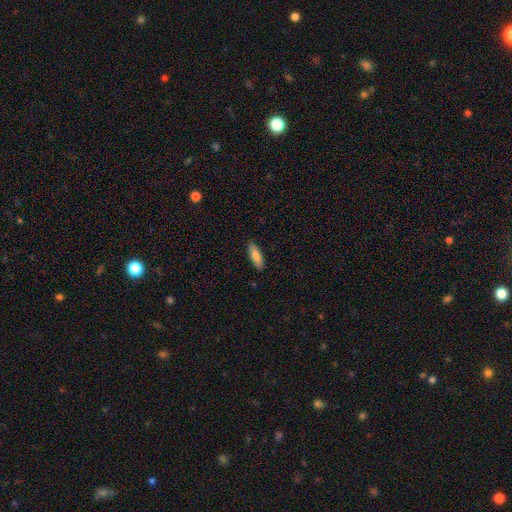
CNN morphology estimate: Q: Smooth or featured?
A: smooth (78%); runner-up: featured or disk (16%)
Q: How rounded?
A: in between (54%); runner-up: cigar-shaped (44%)
Q: Merging?
A: none (89%); runner-up: minor disturbance (9%)